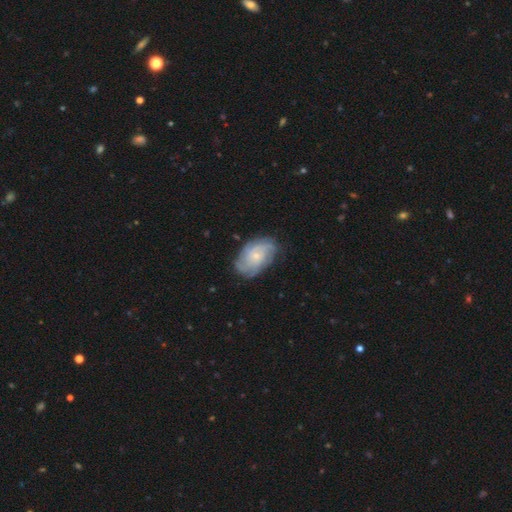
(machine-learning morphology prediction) Smooth or featured? featured or disk (75%)
Edge-on disk? no (97%)
Bar? no (76%)
Spiral arms? yes (94%)
Spiral winding? tight (55%)
Spiral arm count? can't tell (36%)
Bulge size? small (76%)
Merging? none (74%)